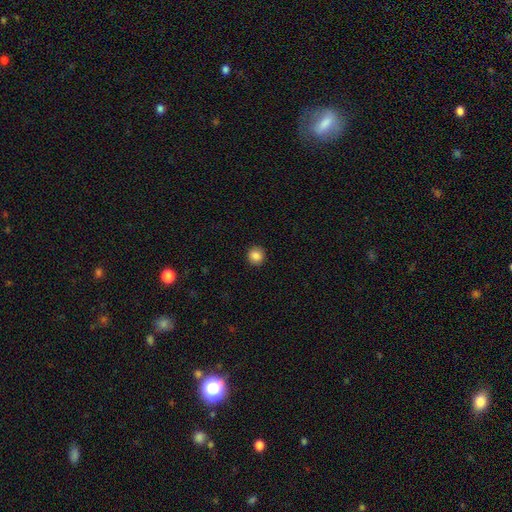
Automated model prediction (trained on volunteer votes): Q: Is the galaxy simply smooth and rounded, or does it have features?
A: smooth — 87%.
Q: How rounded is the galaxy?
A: round — 93%.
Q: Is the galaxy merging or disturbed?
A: none — 93%.